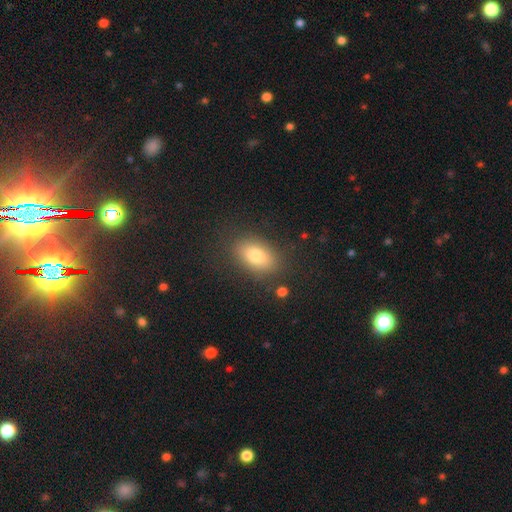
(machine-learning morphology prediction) Smooth or featured: smooth — 78% (featured or disk — 12%)
How rounded: in between — 86% (round — 12%)
Merging: none — 85% (minor disturbance — 10%)